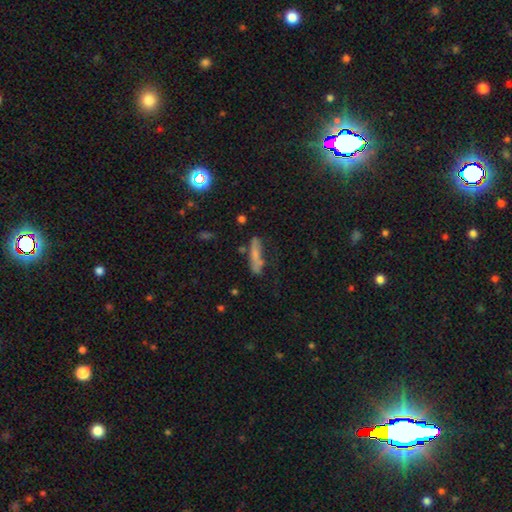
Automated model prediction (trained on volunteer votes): smooth_or_featured: smooth (p=0.61) [alt: featured or disk p=0.27]
how_rounded: cigar-shaped (p=0.75) [alt: in between p=0.22]
merging: none (p=0.55) [alt: minor disturbance p=0.24]